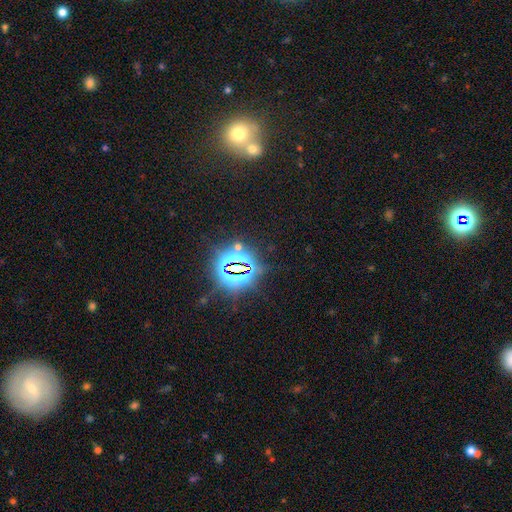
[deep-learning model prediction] This is likely a star or artifact rather than a galaxy (79%).